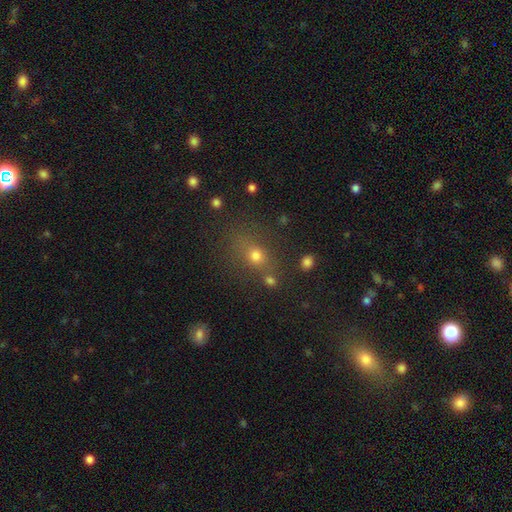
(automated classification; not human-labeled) Smooth or featured: smooth — 67% (star or artifact — 21%)
How rounded: round — 60% (in between — 37%)
Merging: none — 68% (minor disturbance — 14%)